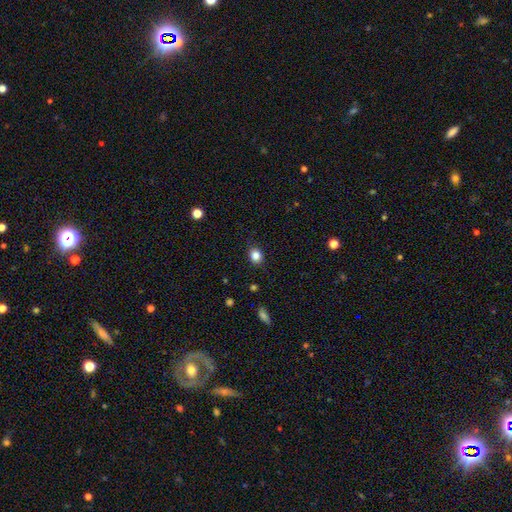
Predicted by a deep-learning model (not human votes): This is clearly a smooth galaxy (83%). How rounded: likely round (64%). Merging: clearly none (86%).